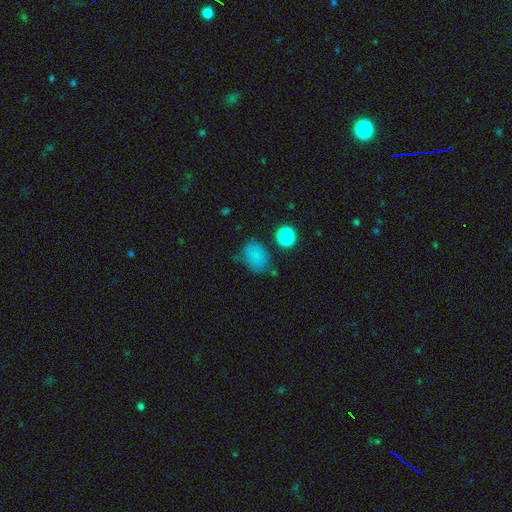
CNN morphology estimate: Smooth or featured: smooth — 78% (star or artifact — 14%)
How rounded: in between — 72% (round — 27%)
Merging: none — 60% (minor disturbance — 26%)